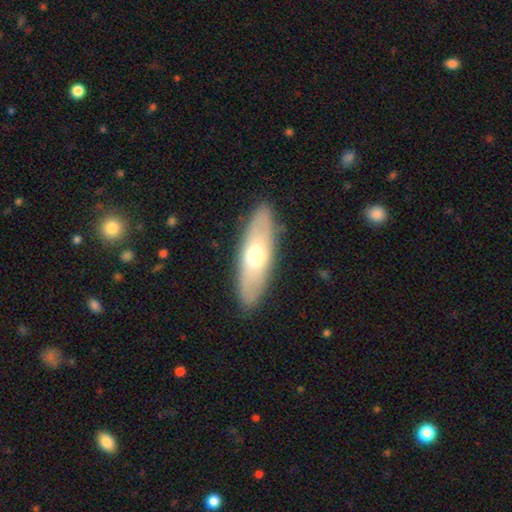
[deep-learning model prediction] This appears to be a smooth galaxy with no disk features (55%) that is in between round and cigar-shaped (55%). Merging: none (88%).